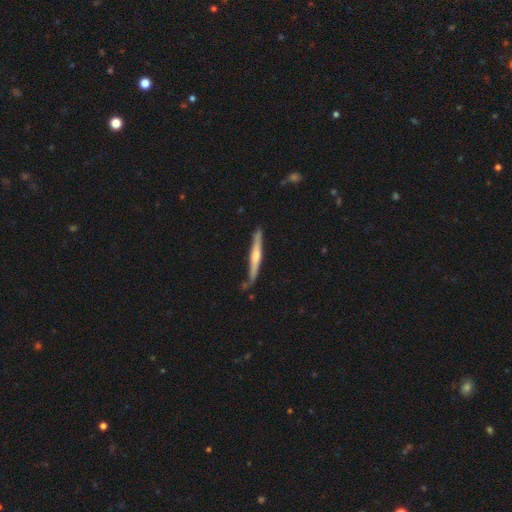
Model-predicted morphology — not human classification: The model was most divided on "smooth or featured": featured or disk: 55%, smooth: 40%, star or artifact: 5%. More confident: edge-on disk — yes (96%); merging — none (76%); edge-on bulge — rounded (62%).